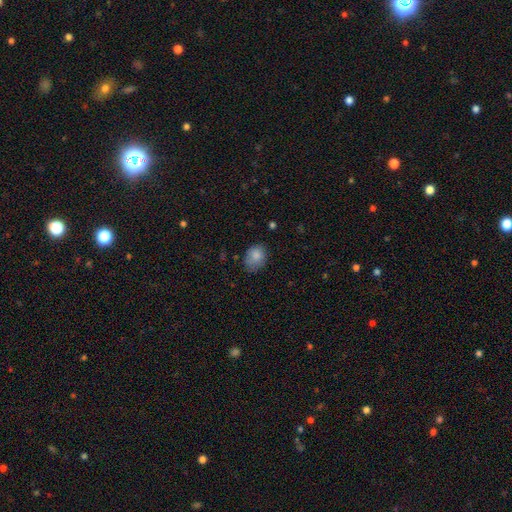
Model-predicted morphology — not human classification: This is clearly a smooth galaxy (83%). How rounded: possibly in between (57%). Merging: likely none (62%).